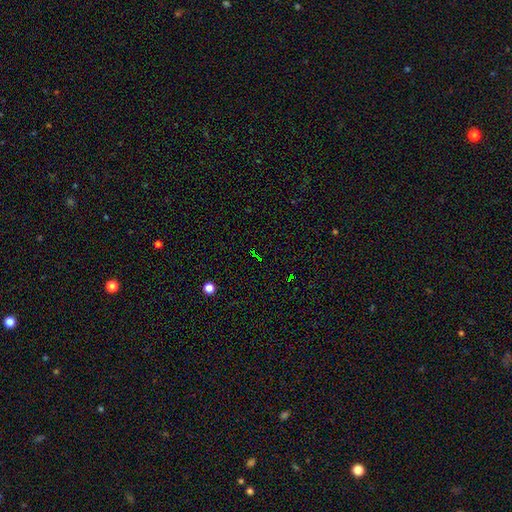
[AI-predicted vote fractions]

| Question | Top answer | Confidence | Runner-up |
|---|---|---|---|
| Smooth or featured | star or artifact | 75% | smooth (16%) |